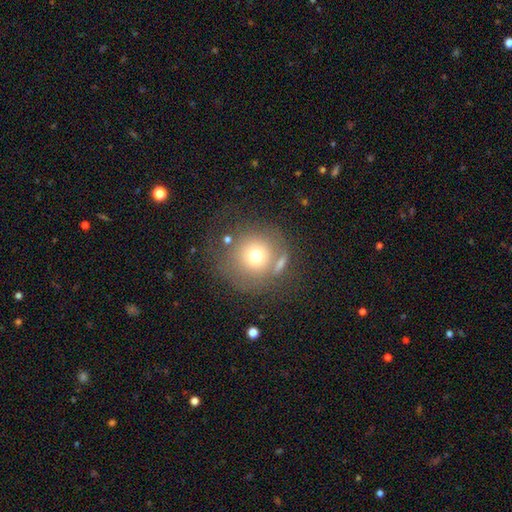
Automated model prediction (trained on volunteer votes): Smooth or featured?
  - smooth: 68% *
  - featured or disk: 19%
  - star or artifact: 13%
How rounded?
  - round: 92% *
  - in between: 7%
  - cigar-shaped: 1%
Merging?
  - none: 57% *
  - minor disturbance: 16%
  - merger: 14%
  - major disturbance: 13%